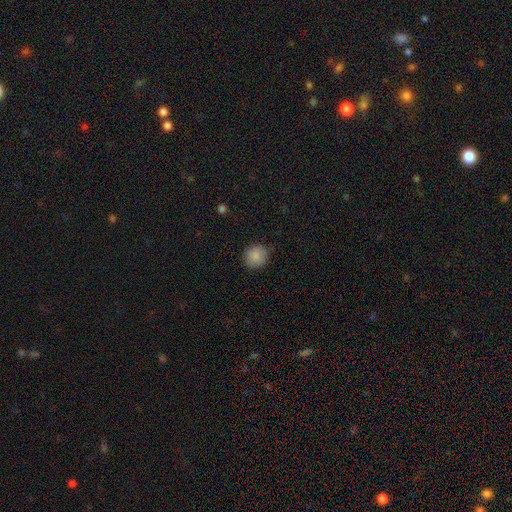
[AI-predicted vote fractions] Smooth or featured? Predicted: smooth (p=0.87). How rounded? Predicted: round (p=0.88). Merging? Predicted: none (p=0.84).